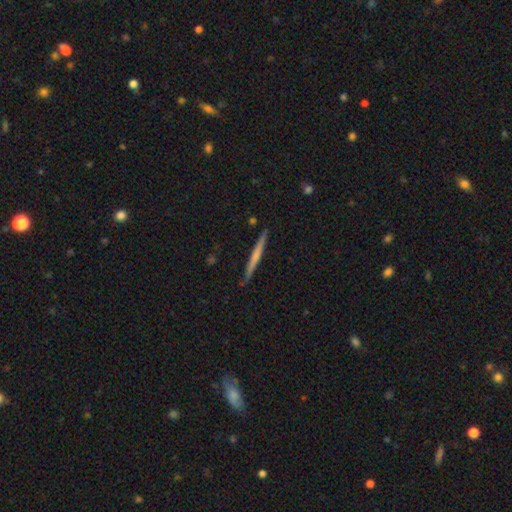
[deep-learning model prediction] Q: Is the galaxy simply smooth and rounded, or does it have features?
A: smooth — 51%.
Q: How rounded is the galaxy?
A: cigar-shaped — 97%.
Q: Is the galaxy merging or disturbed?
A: none — 89%.